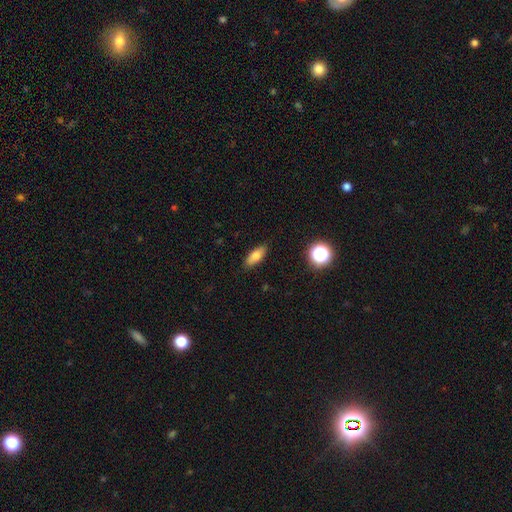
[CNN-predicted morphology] Smooth or featured? smooth (76%)
How rounded? in between (73%)
Merging? none (87%)